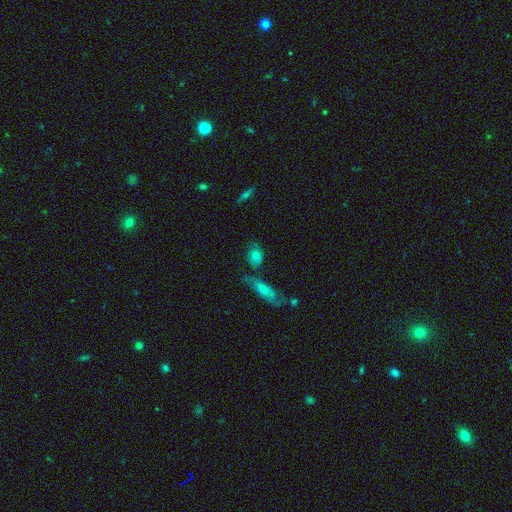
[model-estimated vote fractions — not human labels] Morphology: type=smooth (74%); roundness=in between (66%); merging=none (65%).